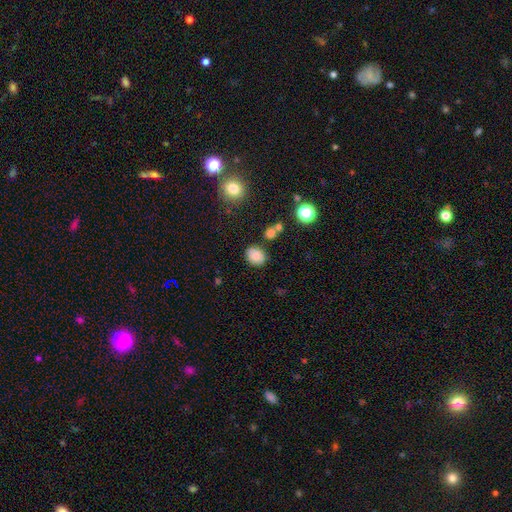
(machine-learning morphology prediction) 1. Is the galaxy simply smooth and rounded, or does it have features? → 82% smooth, 11% star or artifact, 7% featured or disk.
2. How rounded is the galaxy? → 62% round, 37% in between, 1% cigar-shaped.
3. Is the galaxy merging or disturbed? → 80% none, 12% minor disturbance, 5% merger, 3% major disturbance.